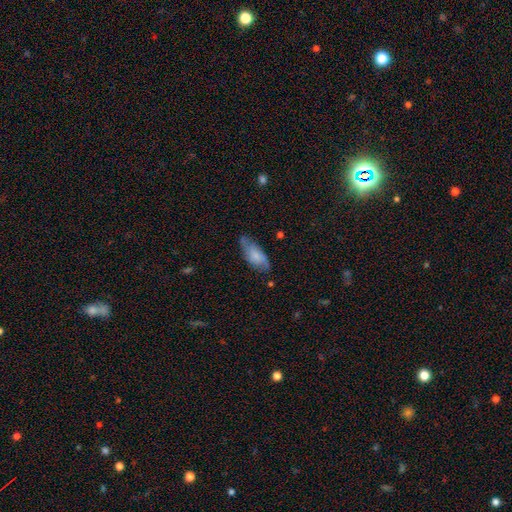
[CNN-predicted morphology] This is possibly a smooth galaxy (57%). How rounded: clearly in between (84%). Merging: likely none (64%).